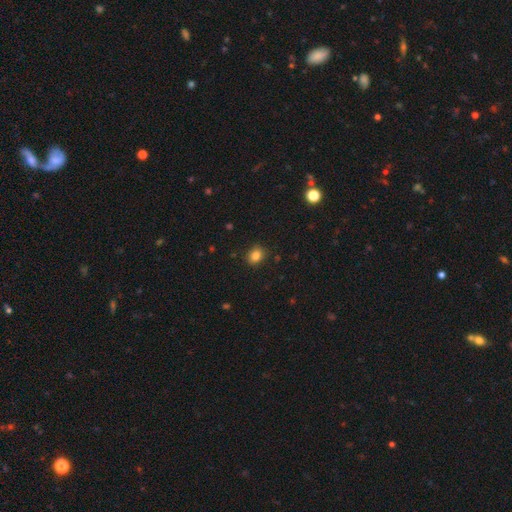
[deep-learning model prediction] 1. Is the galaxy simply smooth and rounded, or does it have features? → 84% smooth, 11% star or artifact, 5% featured or disk.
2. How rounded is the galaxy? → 55% round, 44% in between, 1% cigar-shaped.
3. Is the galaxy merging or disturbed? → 88% none, 8% minor disturbance, 2% major disturbance, 1% merger.